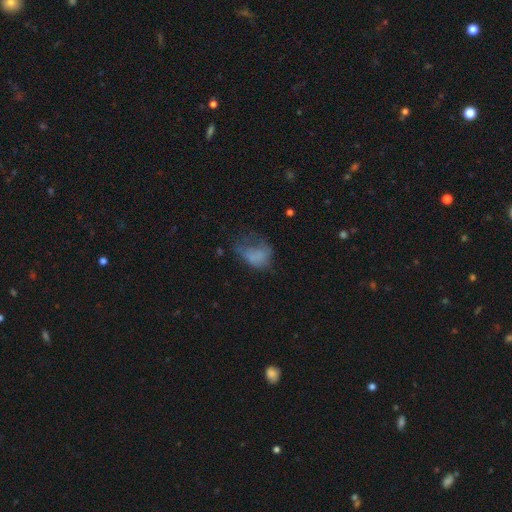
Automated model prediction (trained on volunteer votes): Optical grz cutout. It shows a smooth galaxy with no disk features (61%) that is in between round and cigar-shaped (76%). Merging: major disturbance (47%).